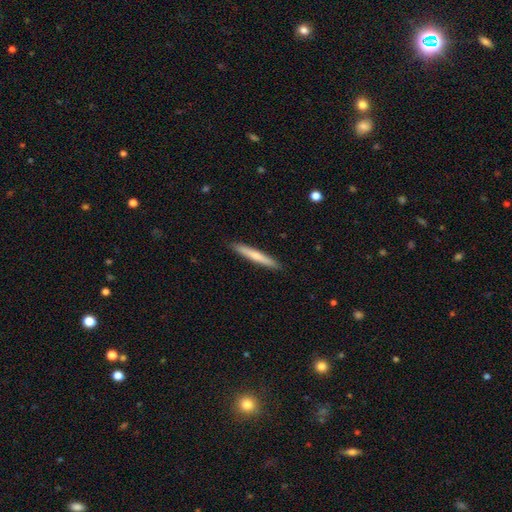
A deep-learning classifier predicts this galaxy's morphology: Overall: smooth (68%). How rounded: cigar-shaped (96%). Merging: none (91%).